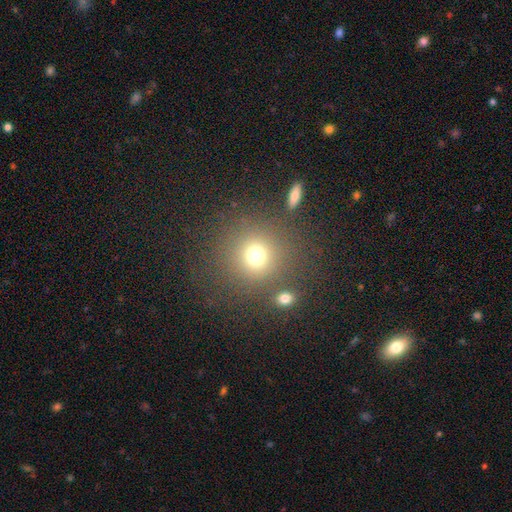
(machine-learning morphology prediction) smooth 73%, star or artifact 18%, featured or disk 9%. Down the decision tree: how rounded — round (90%); merging — none (79%).